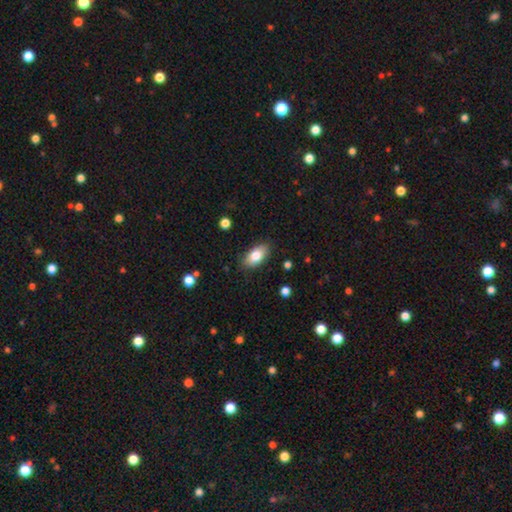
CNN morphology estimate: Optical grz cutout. It shows a smooth galaxy with no disk features (80%) that is in between round and cigar-shaped (91%). Merging: none (85%).